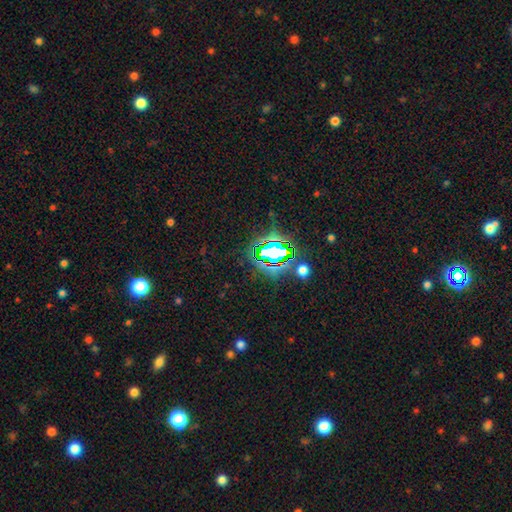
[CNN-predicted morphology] This is likely a star or artifact rather than a galaxy (76%).